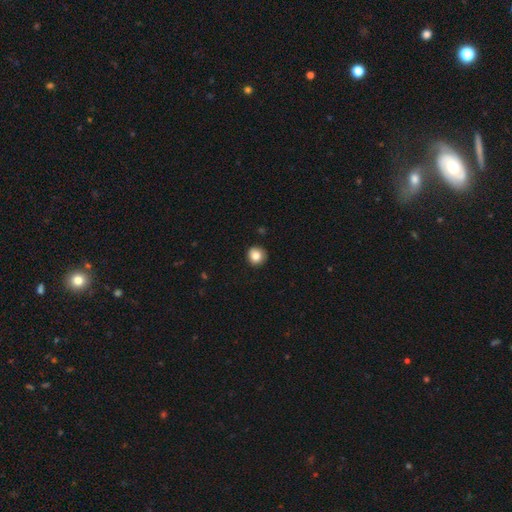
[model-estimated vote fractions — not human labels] This appears to be a smooth galaxy with no disk features (86%) that is round (91%). Merging: none (89%).